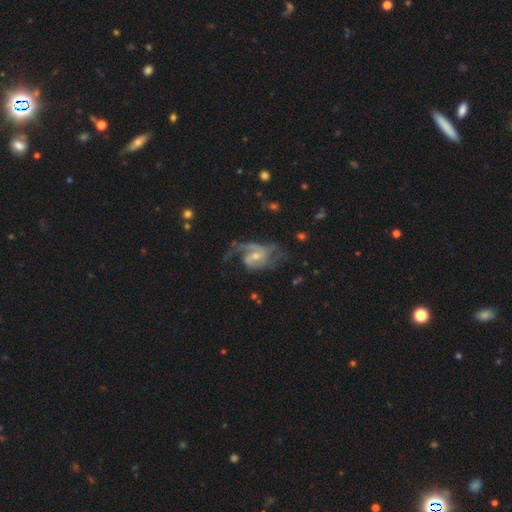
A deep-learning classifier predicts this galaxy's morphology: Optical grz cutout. It shows a featured or disk galaxy (82%) with no bar (50%), 2 (43%) medium (42%) spiral arms (92%) and a small central bulge (50%). Merging: none (41%).